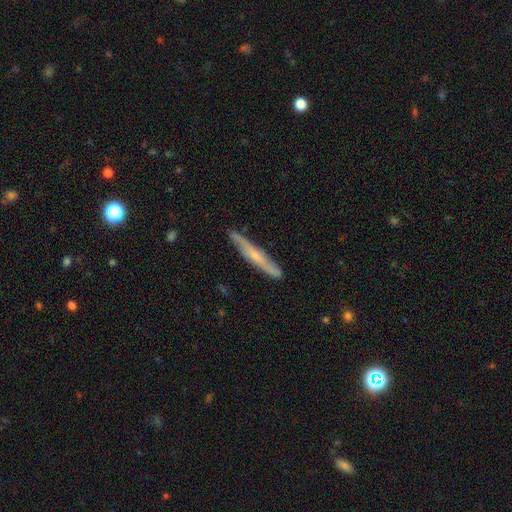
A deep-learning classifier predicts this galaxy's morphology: This appears to be a featured or disk galaxy (57%) viewed edge-on (87%) with a rounded central bulge (57%). Merging: none (83%).